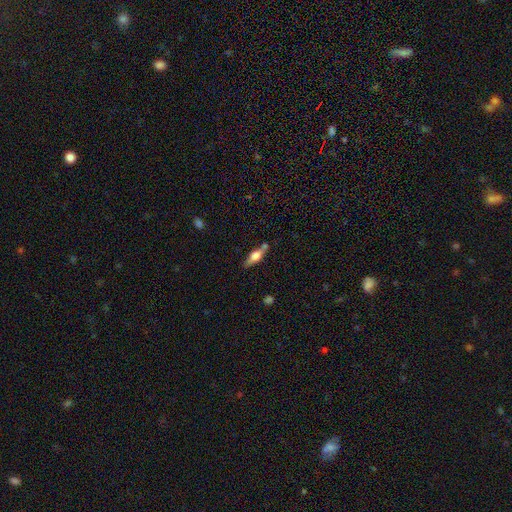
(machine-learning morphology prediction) Smooth or featured? Predicted: featured or disk (p=0.52). Edge-on disk? Predicted: yes (p=0.92). Merging? Predicted: none (p=0.71).